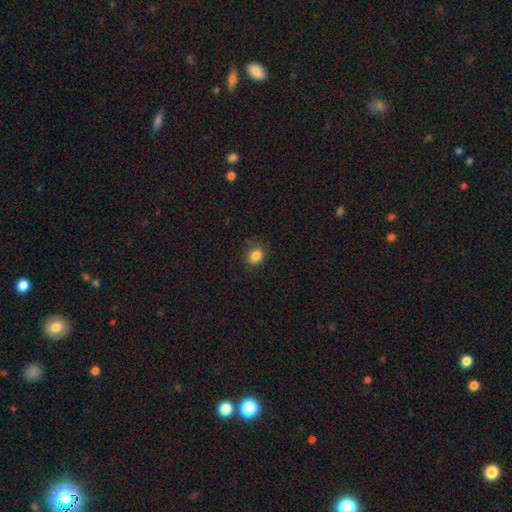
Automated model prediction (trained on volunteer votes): This appears to be a smooth galaxy with no disk features (85%) that is round (56%). Merging: none (84%).